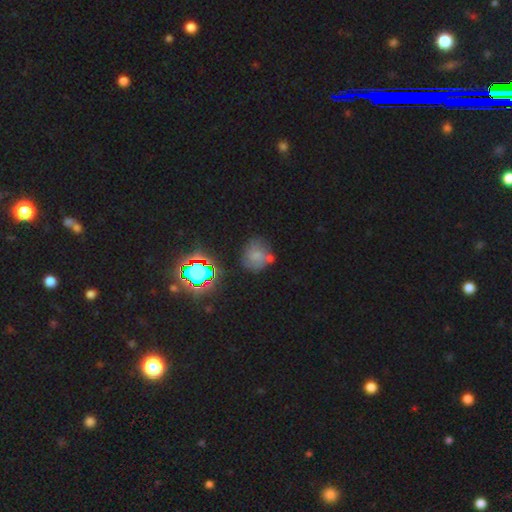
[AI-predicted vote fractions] Morphology: type=smooth (54%); roundness=round (78%); merging=none (57%).